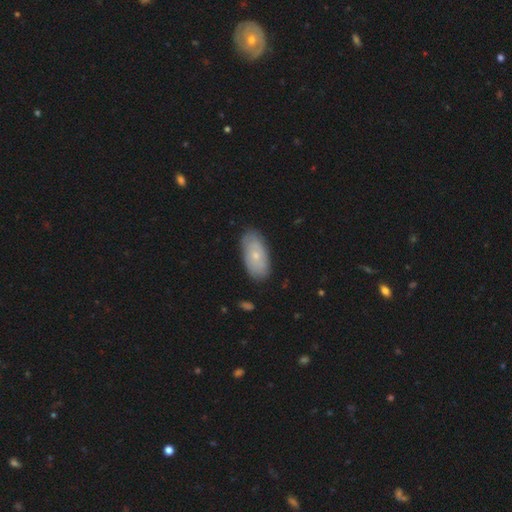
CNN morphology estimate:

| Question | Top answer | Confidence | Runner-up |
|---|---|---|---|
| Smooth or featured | smooth | 61% | featured or disk (33%) |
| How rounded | in between | 93% | cigar-shaped (4%) |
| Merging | none | 83% | minor disturbance (13%) |